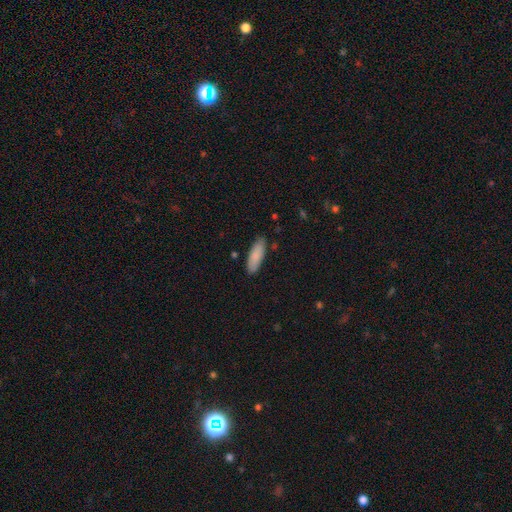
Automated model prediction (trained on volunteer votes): The model was most divided on "how rounded": in between: 55%, cigar-shaped: 43%, round: 1%. More confident: smooth or featured — smooth (86%); merging — none (84%).